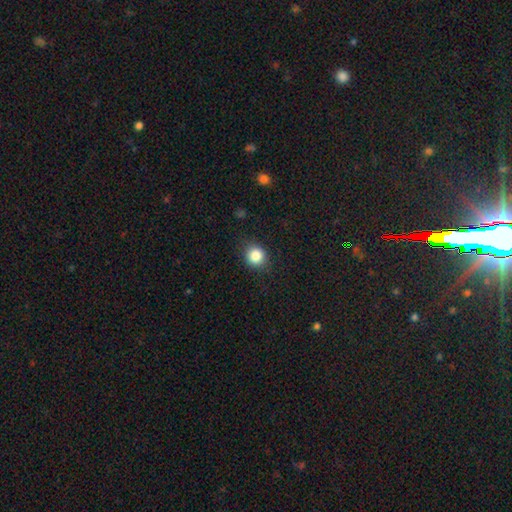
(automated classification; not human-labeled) A smooth galaxy with no disk features (85%) that is round (86%).

Vote fractions:
- Smooth or featured? smooth: 85% / star or artifact: 11% / featured or disk: 5%
- How rounded? round: 86% / in between: 13% / cigar-shaped: 1%
- Merging? none: 87% / minor disturbance: 9% / major disturbance: 3% / merger: 1%